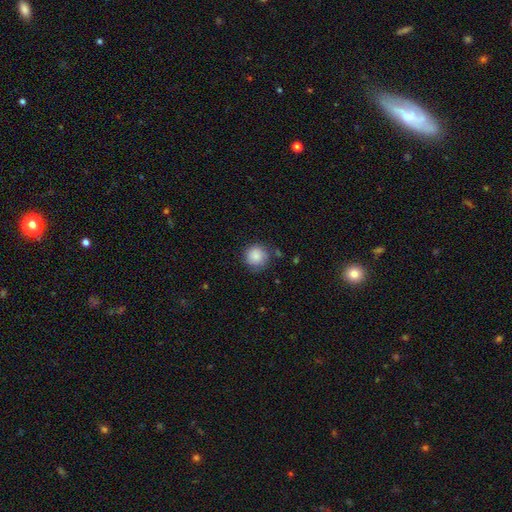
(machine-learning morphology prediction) A smooth galaxy with no disk features (87%) that is round (93%).

Vote fractions:
- Smooth or featured? smooth: 87% / star or artifact: 8% / featured or disk: 5%
- How rounded? round: 93% / in between: 6% / cigar-shaped: 1%
- Merging? none: 78% / minor disturbance: 15% / major disturbance: 4% / merger: 3%